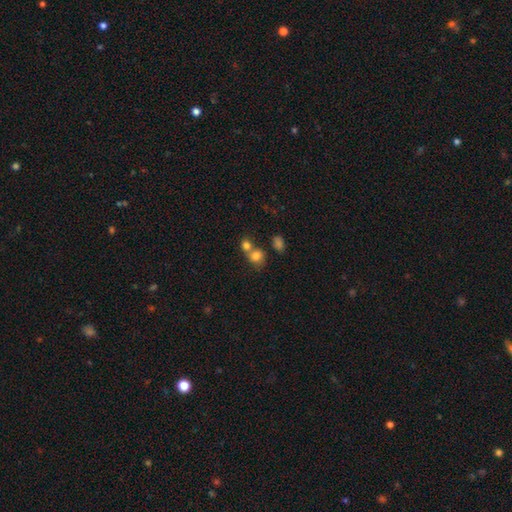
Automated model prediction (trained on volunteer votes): Smooth or featured: smooth — 79% (star or artifact — 12%)
How rounded: round — 71% (in between — 28%)
Merging: merger — 48% (none — 40%)